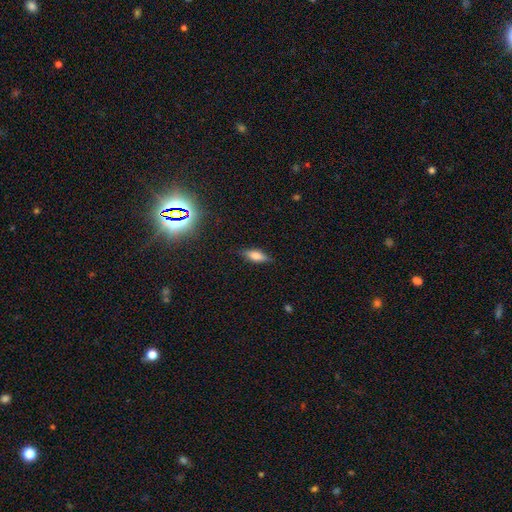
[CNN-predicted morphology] smooth-or-featured: smooth: 66% | featured or disk: 24% | star or artifact: 10%
  how-rounded: in between: 66% | cigar-shaped: 31% | round: 3%
  merging: none: 82% | minor disturbance: 14% | major disturbance: 3% | merger: 1%